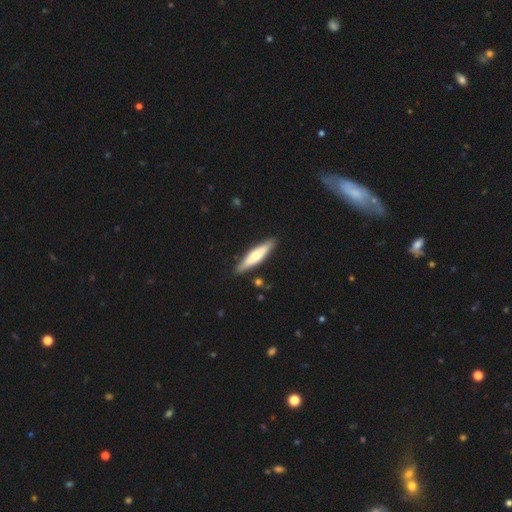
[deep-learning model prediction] Smooth or featured? Predicted: smooth (p=0.52). How rounded? Predicted: cigar-shaped (p=0.78). Merging? Predicted: none (p=0.88).